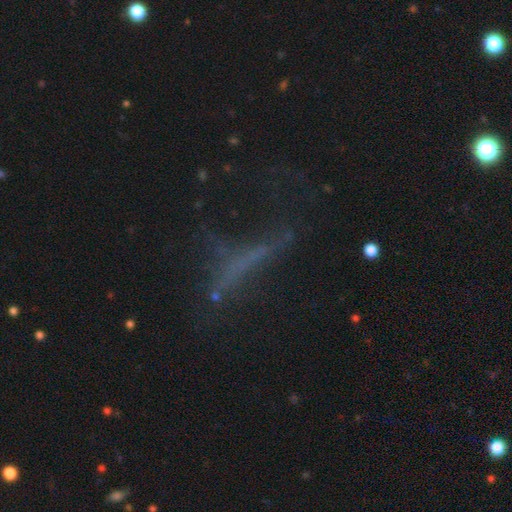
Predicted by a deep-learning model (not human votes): A featured or disk galaxy (40%).

Vote fractions:
- Smooth or featured? featured or disk: 40% / smooth: 31% / star or artifact: 30%
- Merging? none: 51% / major disturbance: 27% / minor disturbance: 17% / merger: 5%